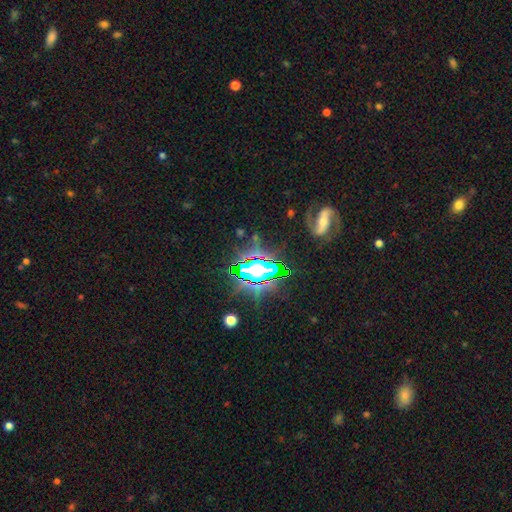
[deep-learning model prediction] Smooth or featured?
  - star or artifact: 80% *
  - smooth: 11%
  - featured or disk: 9%